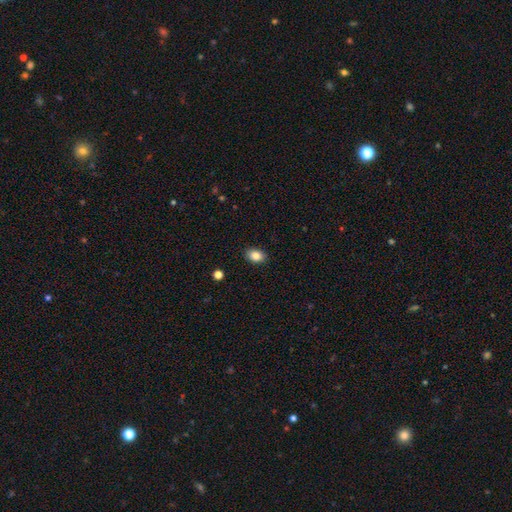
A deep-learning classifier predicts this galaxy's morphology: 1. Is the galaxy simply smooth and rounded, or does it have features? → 85% smooth, 9% star or artifact, 6% featured or disk.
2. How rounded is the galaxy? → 78% in between, 21% round, 1% cigar-shaped.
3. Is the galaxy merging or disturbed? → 89% none, 8% minor disturbance, 2% major disturbance, 1% merger.